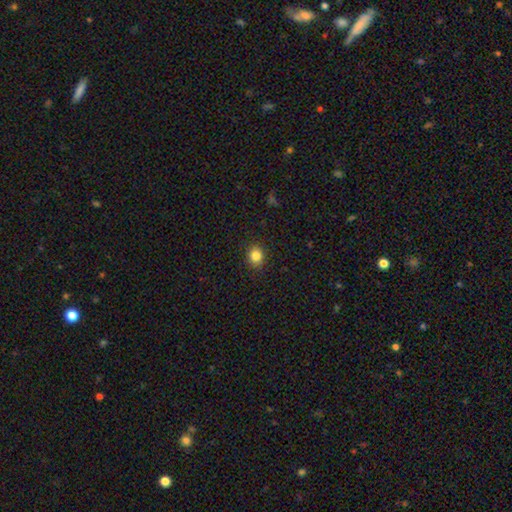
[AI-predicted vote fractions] This appears to be a smooth galaxy with no disk features (84%) that is round (73%). Merging: none (90%).